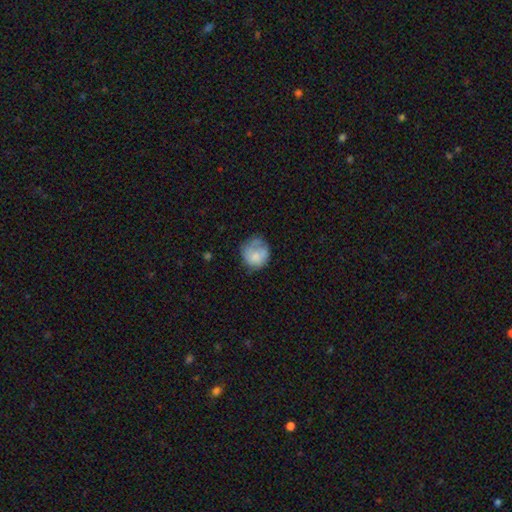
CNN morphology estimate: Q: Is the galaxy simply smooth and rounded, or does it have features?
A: smooth — 64%.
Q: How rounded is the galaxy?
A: round — 78%.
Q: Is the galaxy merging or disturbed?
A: none — 50%.